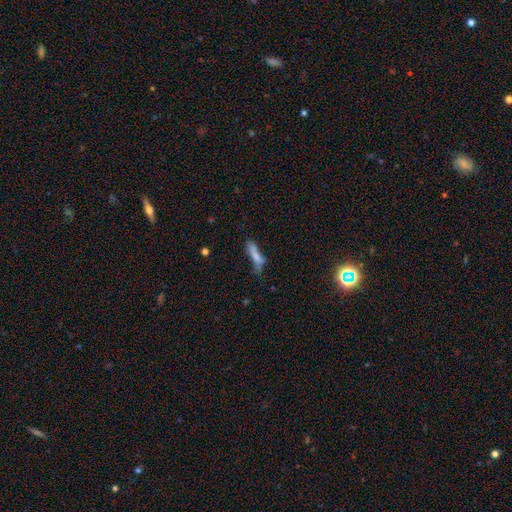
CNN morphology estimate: The model was most divided on "merging": none: 39%, minor disturbance: 27%, major disturbance: 19%, merger: 15%. More confident: smooth or featured — smooth (68%); how rounded — cigar-shaped (68%).